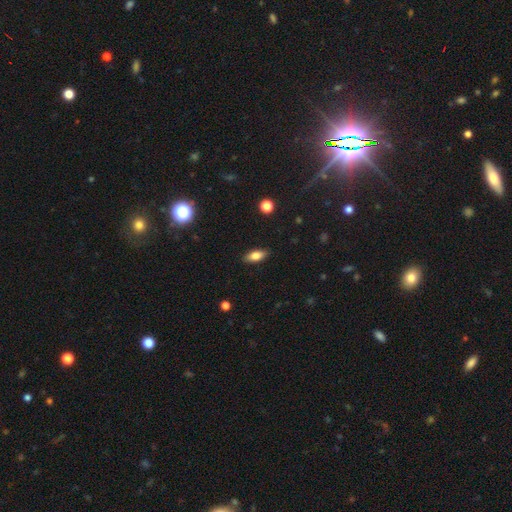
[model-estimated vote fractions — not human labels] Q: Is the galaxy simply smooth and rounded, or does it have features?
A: smooth — 78%.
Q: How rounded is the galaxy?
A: in between — 82%.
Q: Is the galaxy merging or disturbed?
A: none — 88%.